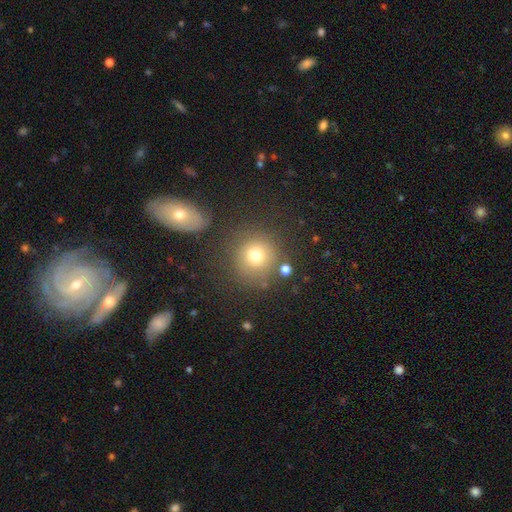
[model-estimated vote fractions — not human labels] Morphology: type=smooth (74%); roundness=round (92%); merging=none (75%).